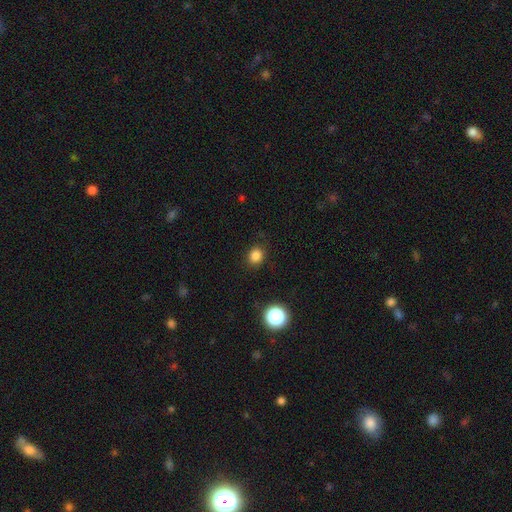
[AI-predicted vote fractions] Morphology: type=smooth (82%); roundness=round (73%); merging=none (87%).